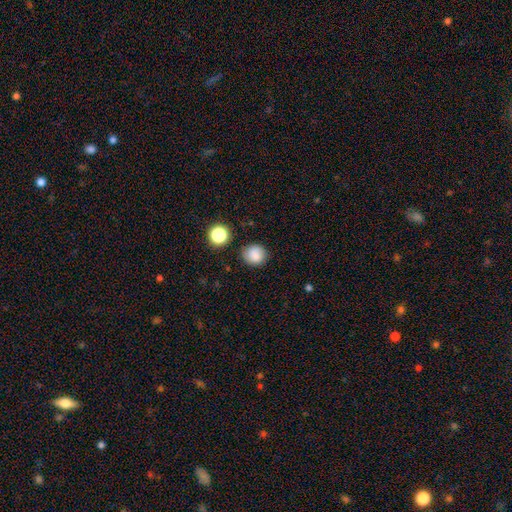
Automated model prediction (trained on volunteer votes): Smooth or featured: smooth — 81% (star or artifact — 11%)
How rounded: round — 82% (in between — 17%)
Merging: none — 82% (minor disturbance — 12%)